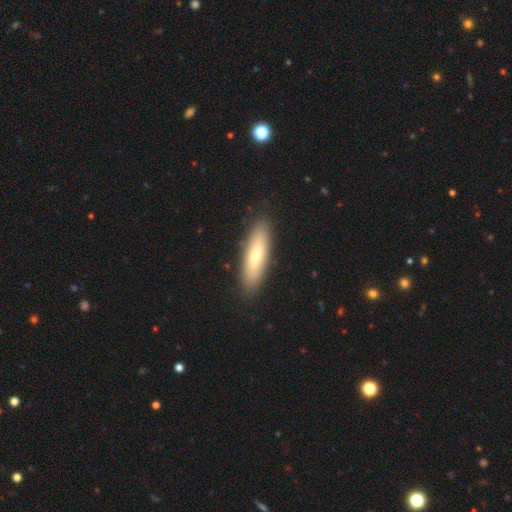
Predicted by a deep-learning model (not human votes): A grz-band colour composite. It shows a smooth galaxy with no disk features (62%) that is cigar-shaped (56%). Merging: none (89%).